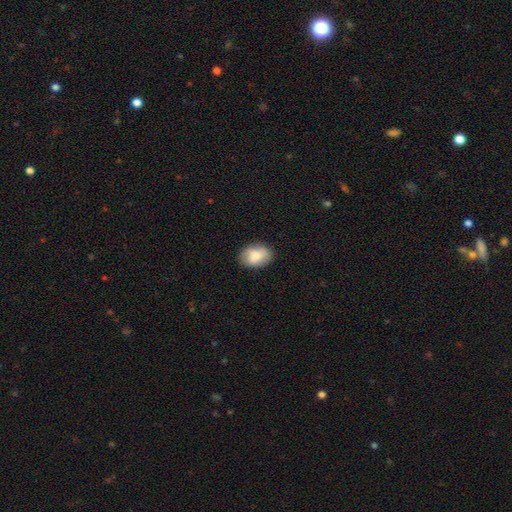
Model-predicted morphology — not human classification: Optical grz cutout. It shows a smooth galaxy with no disk features (76%) that is in between round and cigar-shaped (80%). Merging: none (81%).